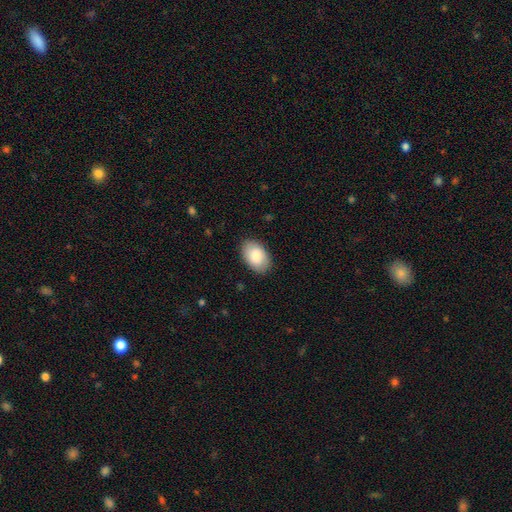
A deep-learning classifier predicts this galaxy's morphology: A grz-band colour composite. It shows a smooth galaxy with no disk features (85%) that is in between round and cigar-shaped (91%). Merging: none (87%).